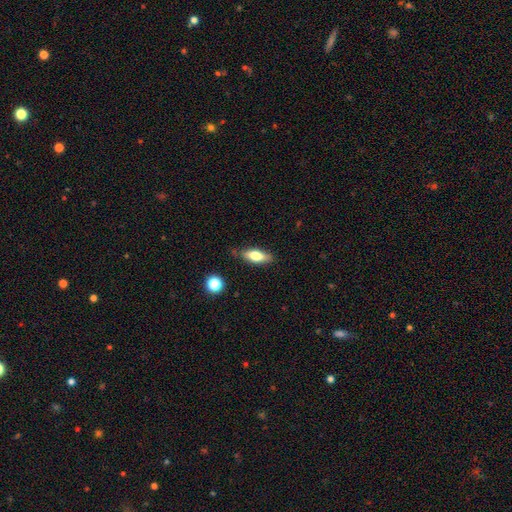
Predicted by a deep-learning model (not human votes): This appears to be a smooth galaxy with no disk features (69%) that is in between round and cigar-shaped (69%). Merging: none (78%).